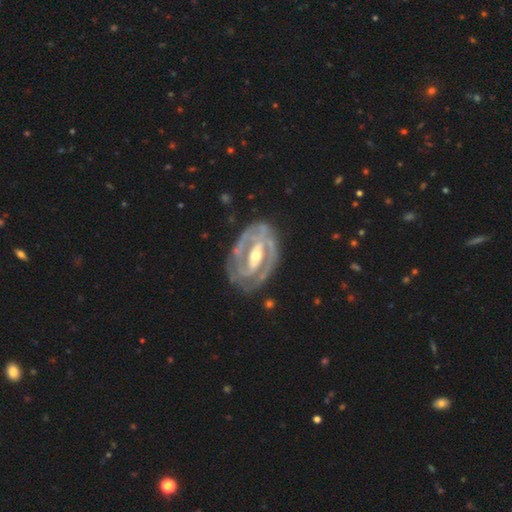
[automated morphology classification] The model was most divided on "bar": strong: 55%, weak: 30%, no: 16%. More confident: edge-on disk — no (96%); spiral arms — yes (91%); smooth or featured — featured or disk (89%); merging — none (74%); spiral arm count — 2 (65%); spiral winding — tight (64%); bulge size — moderate (60%).